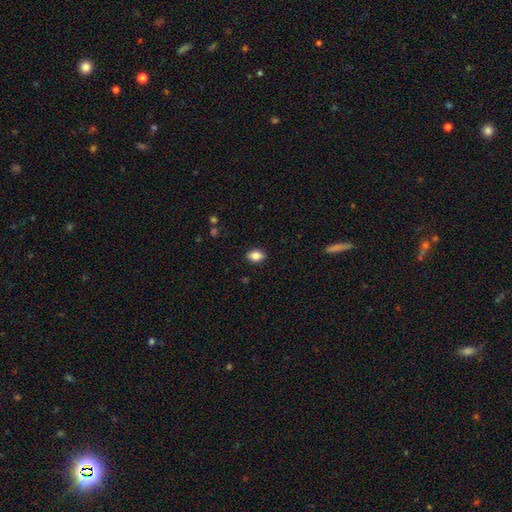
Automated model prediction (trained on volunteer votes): Smooth or featured: smooth — 85% (star or artifact — 9%)
How rounded: in between — 83% (round — 16%)
Merging: none — 88% (minor disturbance — 9%)